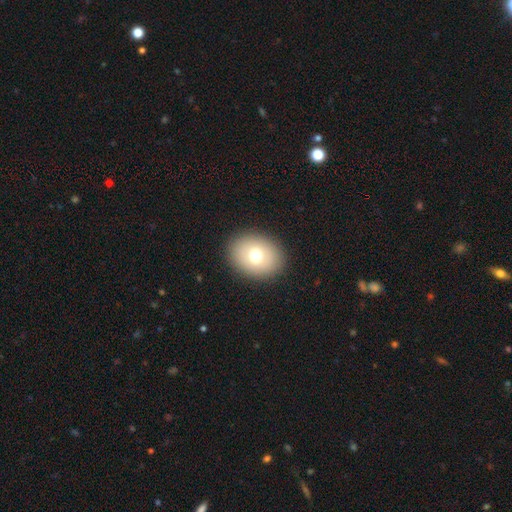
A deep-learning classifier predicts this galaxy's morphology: Overall: smooth (73%). How rounded: in between (56%; round 43%). Merging: none (90%).